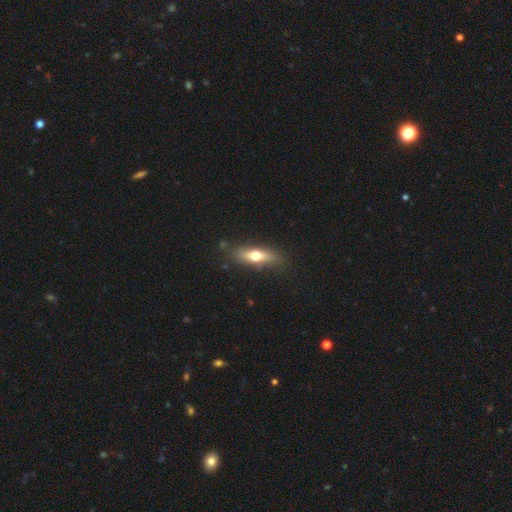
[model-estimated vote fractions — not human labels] smooth 57%, featured or disk 37%, star or artifact 7%. Down the decision tree: how rounded — in between (48%, tied with cigar-shaped); merging — none (80%).